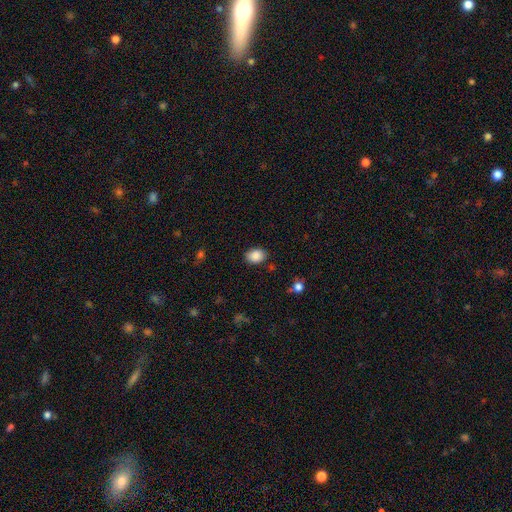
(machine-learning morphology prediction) smooth-or-featured: smooth: 88% | star or artifact: 8% | featured or disk: 4%
  how-rounded: in between: 67% | round: 32% | cigar-shaped: 1%
  merging: none: 84% | minor disturbance: 11% | major disturbance: 3% | merger: 2%